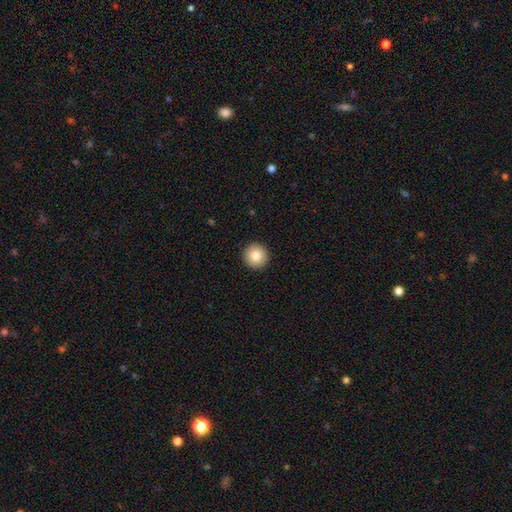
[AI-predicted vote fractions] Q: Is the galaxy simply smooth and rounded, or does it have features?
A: smooth — 83%.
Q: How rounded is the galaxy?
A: round — 96%.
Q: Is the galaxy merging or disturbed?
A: none — 93%.